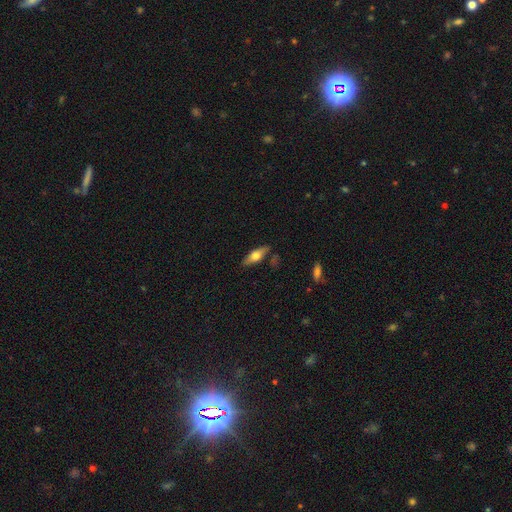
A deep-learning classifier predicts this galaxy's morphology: smooth 51%, featured or disk 43%, star or artifact 6%. Down the decision tree: how rounded — in between (55%); merging — none (81%).